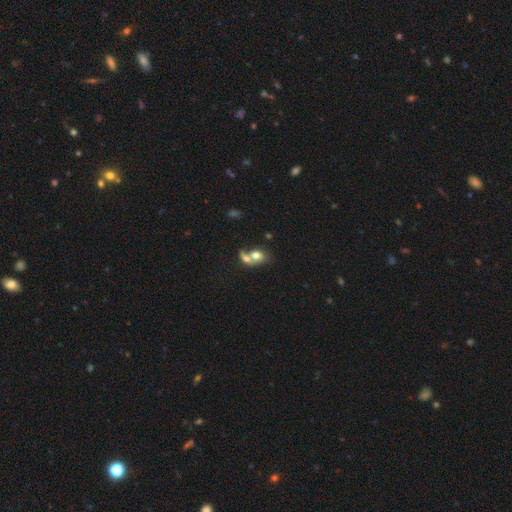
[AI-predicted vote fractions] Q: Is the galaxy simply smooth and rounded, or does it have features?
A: smooth — 69%.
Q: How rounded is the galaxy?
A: in between — 61%.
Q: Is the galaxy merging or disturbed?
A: merger — 68%.